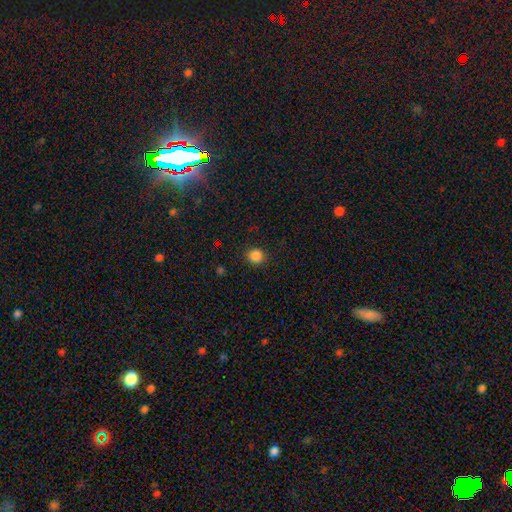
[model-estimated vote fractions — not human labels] Overall: smooth (85%). How rounded: round (88%). Merging: none (90%).